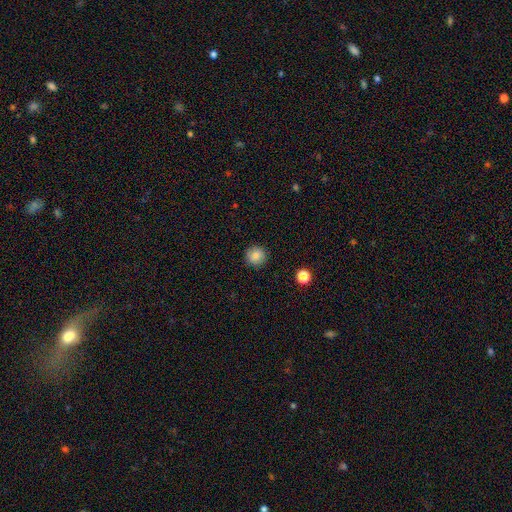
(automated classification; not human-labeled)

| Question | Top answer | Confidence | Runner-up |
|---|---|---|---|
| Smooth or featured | smooth | 84% | star or artifact (10%) |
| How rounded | round | 94% | in between (5%) |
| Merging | none | 91% | minor disturbance (6%) |